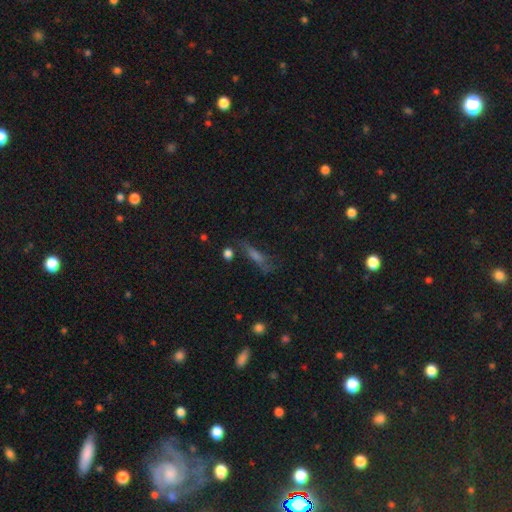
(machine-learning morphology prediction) Q: Smooth or featured?
A: smooth (38%); runner-up: featured or disk (37%)
Q: Merging?
A: none (64%); runner-up: minor disturbance (20%)